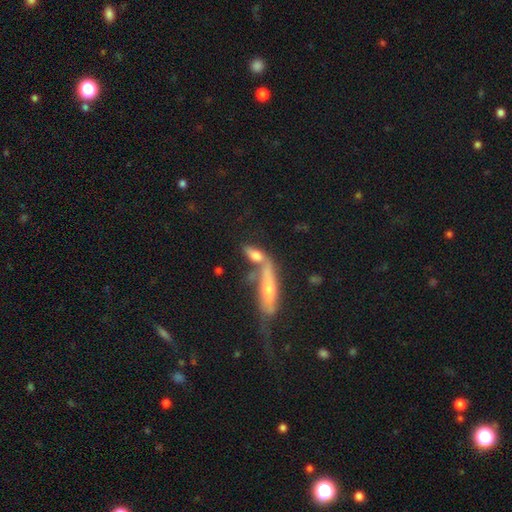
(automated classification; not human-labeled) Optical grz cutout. It shows a smooth galaxy with no disk features (62%) that is in between round and cigar-shaped (56%). Merging: merger (43%).